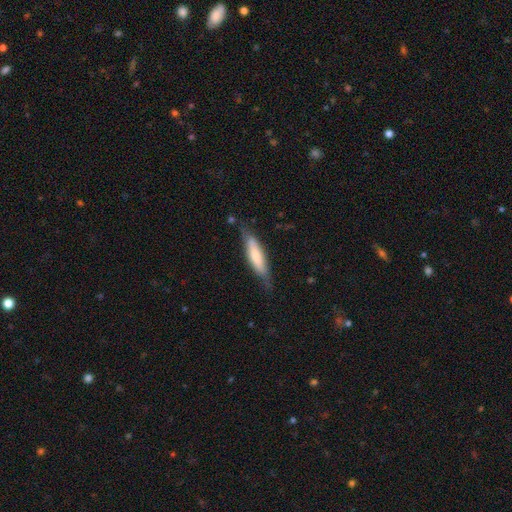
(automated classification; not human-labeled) Overall: smooth (63%; featured or disk 31%). How rounded: cigar-shaped (69%; in between 30%). Merging: none (68%).